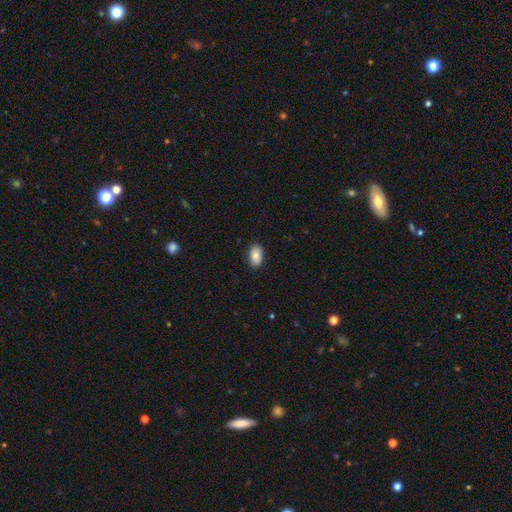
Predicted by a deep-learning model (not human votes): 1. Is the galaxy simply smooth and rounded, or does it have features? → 87% smooth, 7% star or artifact, 6% featured or disk.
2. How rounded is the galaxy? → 92% in between, 6% round, 2% cigar-shaped.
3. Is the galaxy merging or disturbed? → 87% none, 10% minor disturbance, 2% major disturbance, 1% merger.